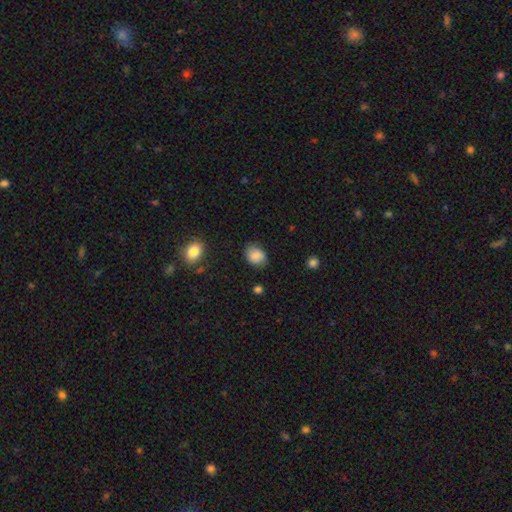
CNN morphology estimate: smooth-or-featured: smooth: 83% | featured or disk: 8% | star or artifact: 8%
  how-rounded: in between: 54% | round: 45% | cigar-shaped: 1%
  merging: none: 75% | minor disturbance: 19% | major disturbance: 4% | merger: 2%